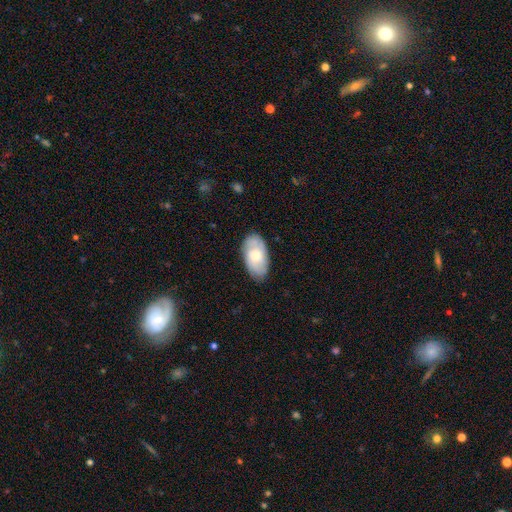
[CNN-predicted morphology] This is possibly a smooth galaxy (56%). How rounded: clearly in between (94%). Merging: likely none (80%).